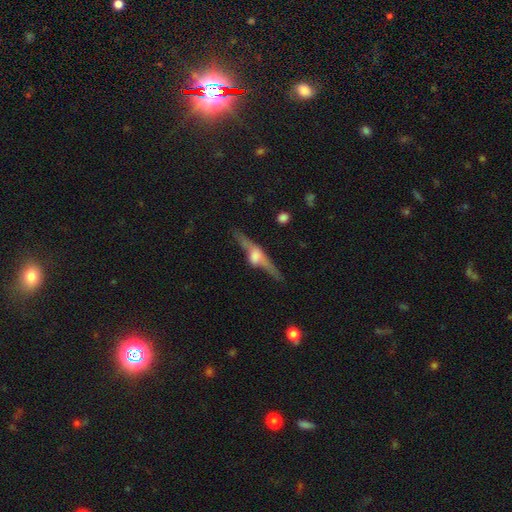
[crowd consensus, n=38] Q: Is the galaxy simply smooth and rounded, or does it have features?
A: featured or disk — 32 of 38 (84%).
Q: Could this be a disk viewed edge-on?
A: yes — 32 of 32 (100%).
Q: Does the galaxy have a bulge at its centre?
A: rounded — 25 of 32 (78%).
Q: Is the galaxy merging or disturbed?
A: none — 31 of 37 (84%).